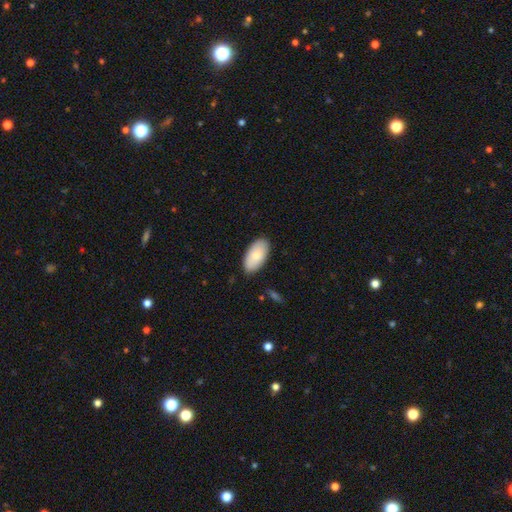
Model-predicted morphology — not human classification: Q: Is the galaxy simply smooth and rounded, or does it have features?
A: smooth — 80%.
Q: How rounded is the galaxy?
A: in between — 96%.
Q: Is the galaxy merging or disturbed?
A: none — 86%.